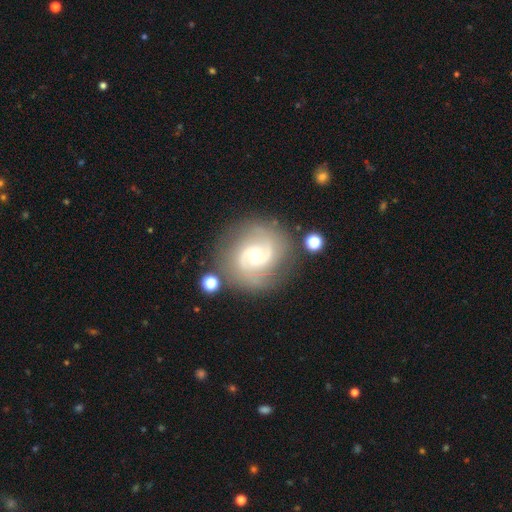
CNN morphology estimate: The model was most divided on "spiral winding": medium: 48%, tight: 36%, loose: 16%. More confident: edge-on disk — no (98%); spiral arms — yes (95%); smooth or featured — featured or disk (83%); spiral arm count — 2 (81%); merging — none (77%); bulge size — moderate (60%); bar — no (59%).